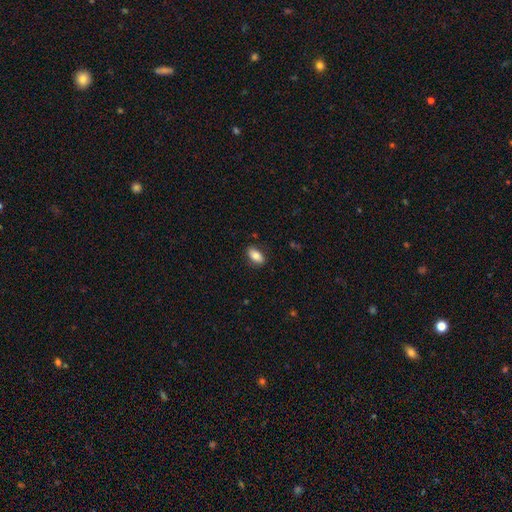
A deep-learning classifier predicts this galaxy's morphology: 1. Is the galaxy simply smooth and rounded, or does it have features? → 80% smooth, 13% featured or disk, 7% star or artifact.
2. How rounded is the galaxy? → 90% in between, 5% cigar-shaped, 5% round.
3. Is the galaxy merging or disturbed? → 85% none, 11% minor disturbance, 2% major disturbance, 1% merger.